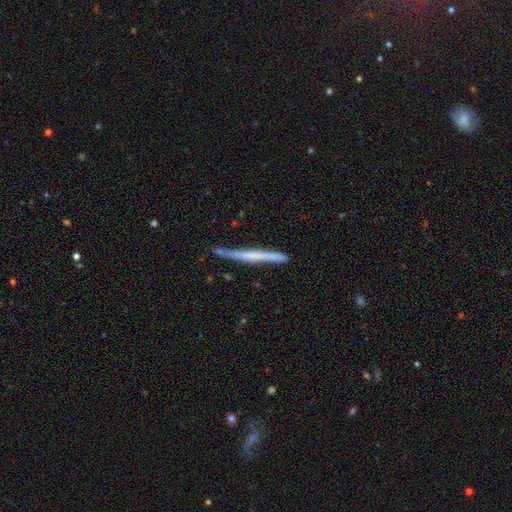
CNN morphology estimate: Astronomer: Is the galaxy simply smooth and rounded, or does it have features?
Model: featured or disk — 54% (runner-up: smooth, 41%).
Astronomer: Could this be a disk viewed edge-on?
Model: yes — 96%.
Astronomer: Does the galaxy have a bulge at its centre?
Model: none — 72%.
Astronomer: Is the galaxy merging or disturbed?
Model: none — 78%.